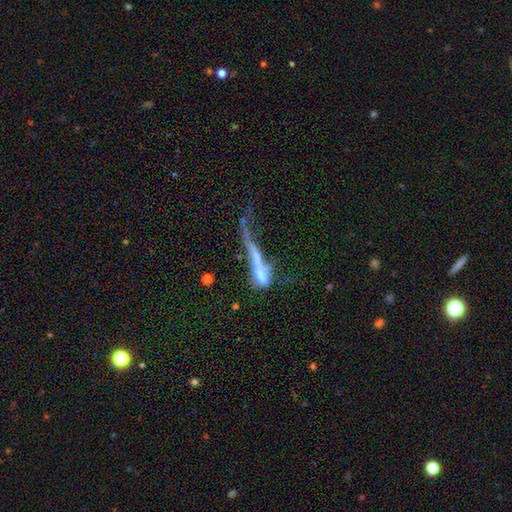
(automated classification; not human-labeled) smooth_or_featured: featured or disk (p=0.48) [alt: smooth p=0.38]
merging: merger (p=0.43) [alt: major disturbance p=0.31]